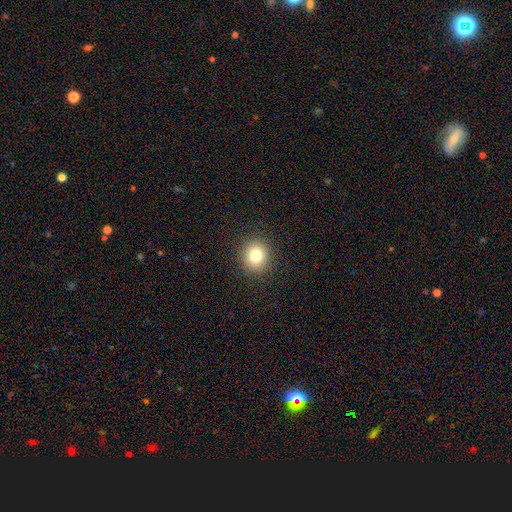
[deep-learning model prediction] A smooth galaxy with no disk features (80%) that is round (81%).

Vote fractions:
- Smooth or featured? smooth: 80% / star or artifact: 12% / featured or disk: 8%
- How rounded? round: 81% / in between: 19% / cigar-shaped: 1%
- Merging? none: 90% / minor disturbance: 6% / major disturbance: 2% / merger: 1%